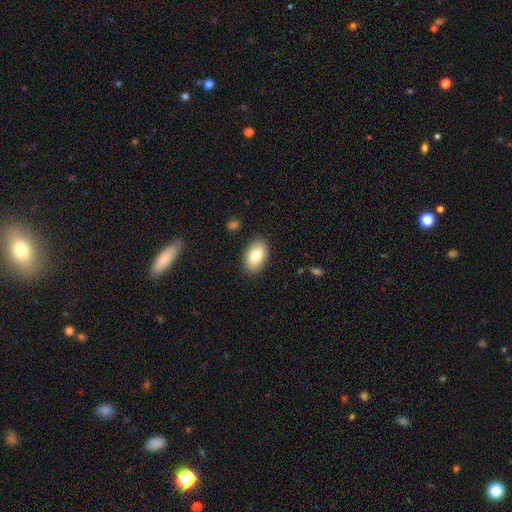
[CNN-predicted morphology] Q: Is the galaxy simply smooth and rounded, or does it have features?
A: smooth — 80%.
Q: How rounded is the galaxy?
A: in between — 92%.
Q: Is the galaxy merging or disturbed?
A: none — 87%.